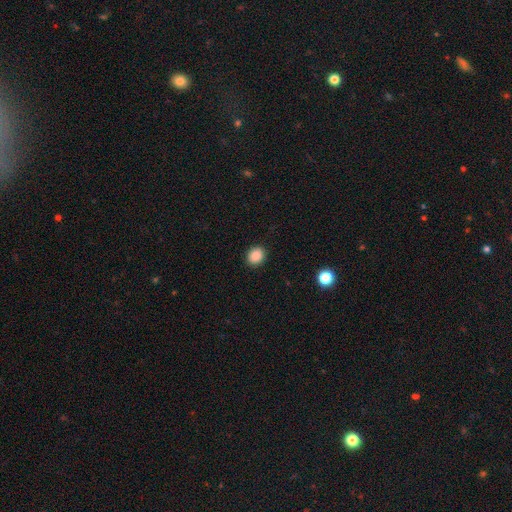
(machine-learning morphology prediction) A smooth galaxy with no disk features (88%) that is round (59%).

Vote fractions:
- Smooth or featured? smooth: 88% / star or artifact: 9% / featured or disk: 2%
- How rounded? round: 59% / in between: 40% / cigar-shaped: 1%
- Merging? none: 89% / minor disturbance: 7% / major disturbance: 2% / merger: 1%